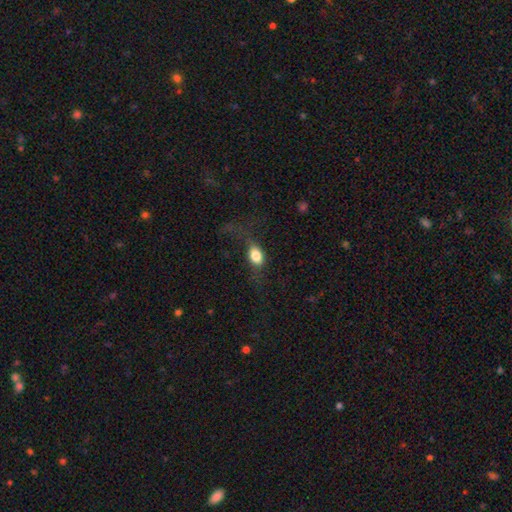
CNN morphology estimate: smooth-or-featured: smooth: 77% | featured or disk: 15% | star or artifact: 9%
  how-rounded: in between: 81% | round: 15% | cigar-shaped: 5%
  merging: none: 47% | major disturbance: 30% | minor disturbance: 21% | merger: 3%